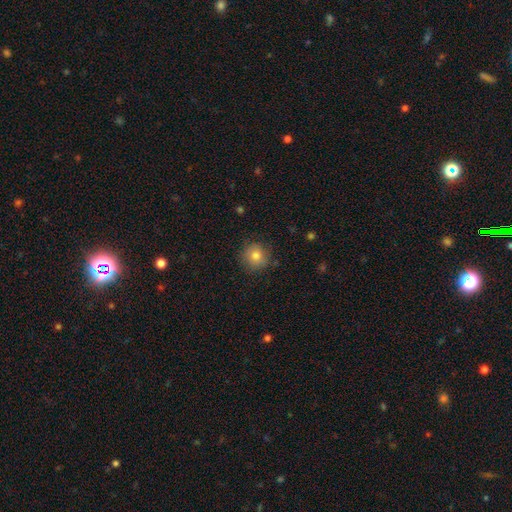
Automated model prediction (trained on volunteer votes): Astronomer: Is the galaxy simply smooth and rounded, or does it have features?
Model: smooth — 81%.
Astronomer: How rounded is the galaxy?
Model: round — 93%.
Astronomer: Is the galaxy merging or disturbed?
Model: none — 85%.